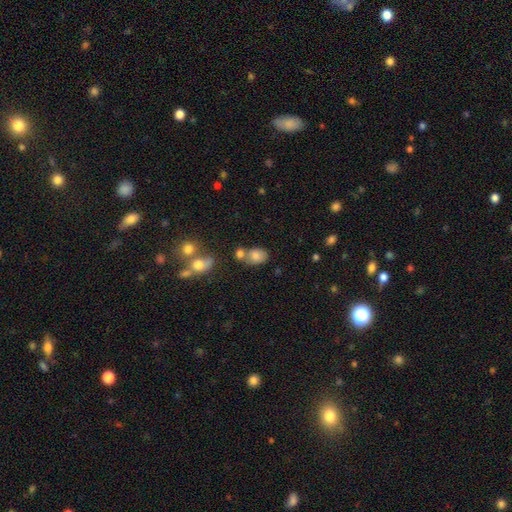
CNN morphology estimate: Smooth or featured? smooth (77%)
How rounded? in between (69%)
Merging? none (44%)